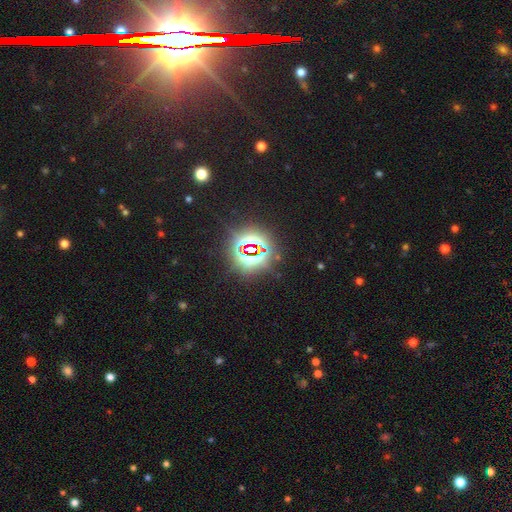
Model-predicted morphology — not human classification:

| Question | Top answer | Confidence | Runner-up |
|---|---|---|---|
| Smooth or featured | star or artifact | 80% | smooth (12%) |